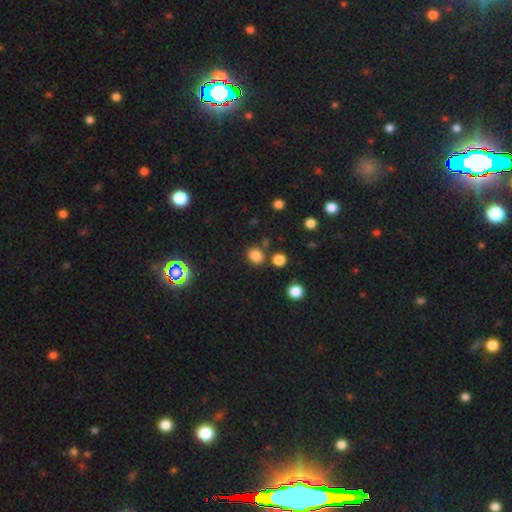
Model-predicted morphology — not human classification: Smooth or featured? Predicted: smooth (p=0.80). How rounded? Predicted: round (p=0.75). Merging? Predicted: none (p=0.79).